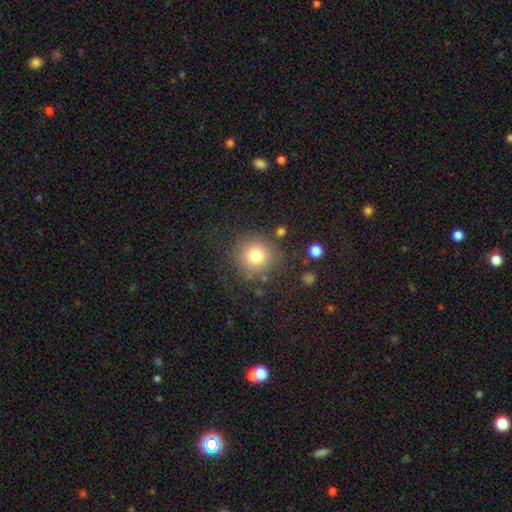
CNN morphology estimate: A smooth galaxy with no disk features (77%) that is round (92%).

Vote fractions:
- Smooth or featured? smooth: 77% / star or artifact: 13% / featured or disk: 10%
- How rounded? round: 92% / in between: 7% / cigar-shaped: 1%
- Merging? none: 82% / minor disturbance: 10% / major disturbance: 5% / merger: 3%